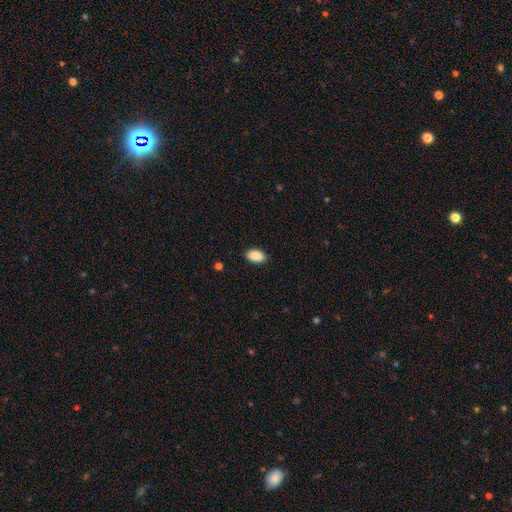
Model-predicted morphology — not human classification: smooth-or-featured: smooth: 90% | star or artifact: 7% | featured or disk: 3%
  how-rounded: in between: 94% | round: 5% | cigar-shaped: 2%
  merging: none: 88% | minor disturbance: 9% | major disturbance: 2% | merger: 1%